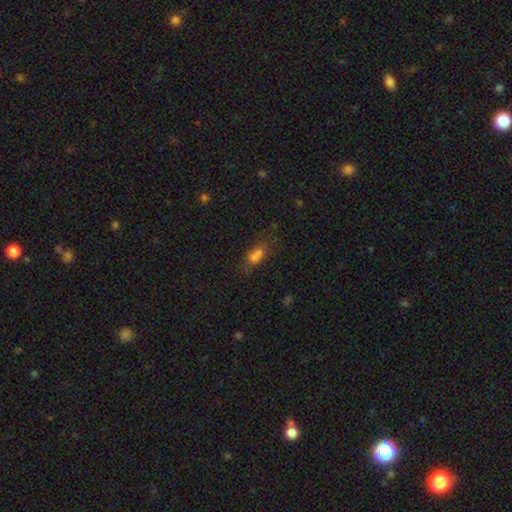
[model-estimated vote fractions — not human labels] smooth-or-featured: smooth: 64% | star or artifact: 20% | featured or disk: 16%
  how-rounded: in between: 67% | round: 18% | cigar-shaped: 15%
  merging: none: 41% | merger: 36% | minor disturbance: 14% | major disturbance: 8%